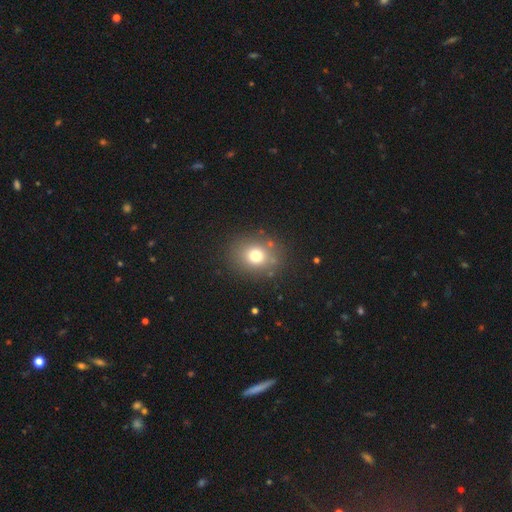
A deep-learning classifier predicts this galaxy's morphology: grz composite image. It shows a smooth galaxy with no disk features (75%) that is round (68%). Merging: none (84%).